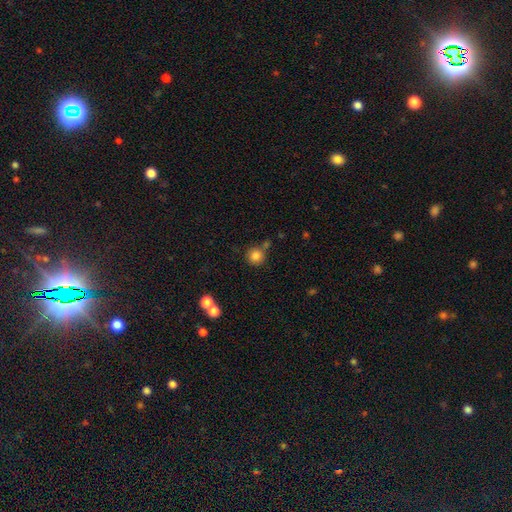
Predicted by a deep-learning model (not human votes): Smooth or featured? smooth (82%)
How rounded? round (93%)
Merging? none (71%)